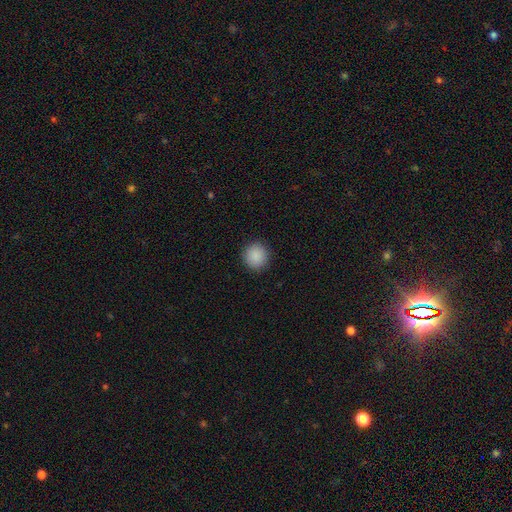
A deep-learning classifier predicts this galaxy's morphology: Smooth or featured? Predicted: smooth (p=0.89). How rounded? Predicted: round (p=0.93). Merging? Predicted: none (p=0.92).